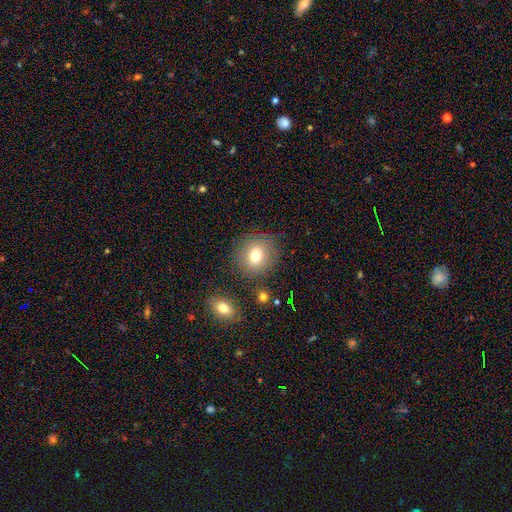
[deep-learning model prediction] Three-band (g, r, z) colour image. It shows a smooth galaxy with no disk features (74%) that is round (79%). Merging: none (79%).